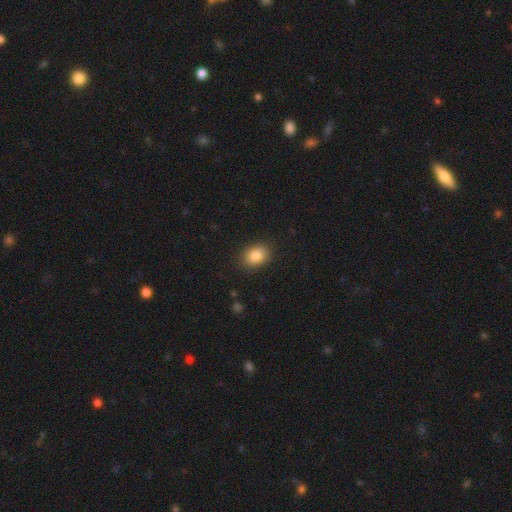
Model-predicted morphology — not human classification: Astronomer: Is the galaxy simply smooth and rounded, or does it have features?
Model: smooth — 85%.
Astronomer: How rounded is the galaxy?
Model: in between — 66%.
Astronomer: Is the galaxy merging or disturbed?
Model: none — 87%.